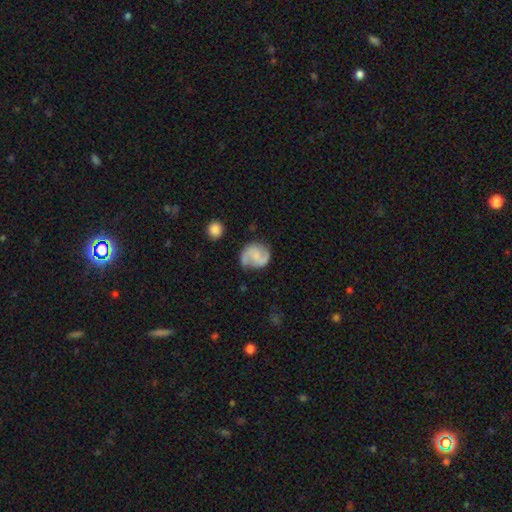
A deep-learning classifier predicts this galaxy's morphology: Smooth or featured: featured or disk — 69% (smooth — 24%)
Edge-on disk: no — 98% (yes — 2%)
Bar: no — 48% (weak — 43%)
Spiral arms: yes — 94% (no — 6%)
Spiral winding: medium — 49% (loose — 28%)
Spiral arm count: 2 — 86% (can't tell — 6%)
Bulge size: small — 38% (tied with none — 38%)
Merging: none — 69% (minor disturbance — 21%)